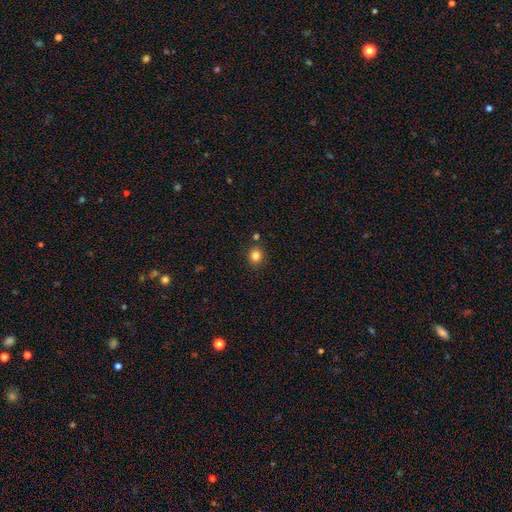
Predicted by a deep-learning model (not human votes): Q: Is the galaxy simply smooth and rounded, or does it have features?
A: smooth — 83%.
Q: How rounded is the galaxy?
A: round — 87%.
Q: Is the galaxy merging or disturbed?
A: none — 87%.